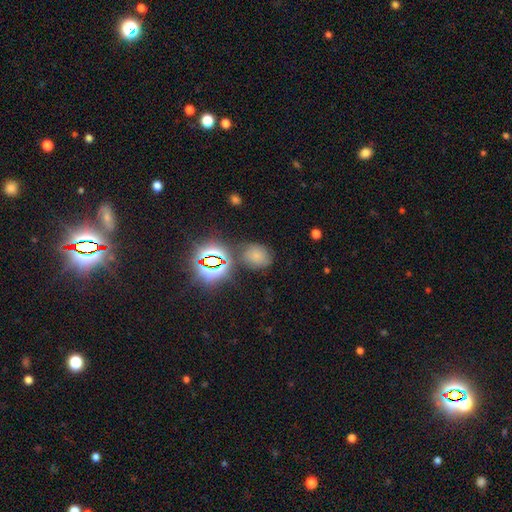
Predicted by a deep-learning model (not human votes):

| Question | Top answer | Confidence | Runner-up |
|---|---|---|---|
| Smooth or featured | smooth | 57% | star or artifact (32%) |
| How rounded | round | 52% | in between (47%) |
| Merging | none | 68% | minor disturbance (18%) |